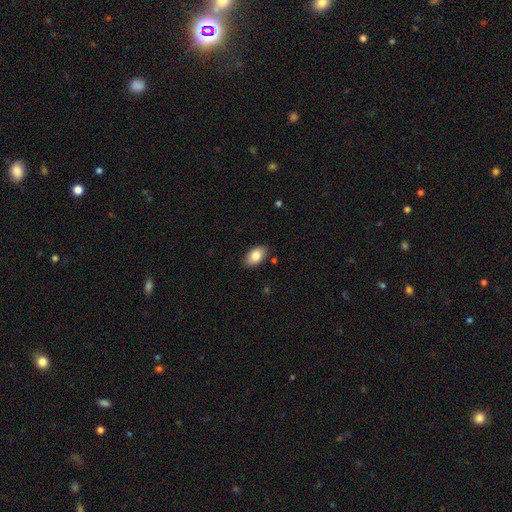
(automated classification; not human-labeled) Morphology: type=smooth (84%); roundness=in between (92%); merging=none (86%).